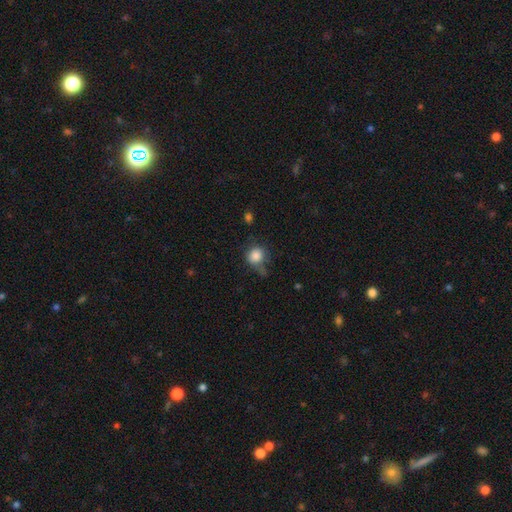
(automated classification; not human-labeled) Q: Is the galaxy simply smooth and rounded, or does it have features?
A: smooth — 84%.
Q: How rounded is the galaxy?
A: round — 76%.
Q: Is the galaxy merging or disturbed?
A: none — 51%.